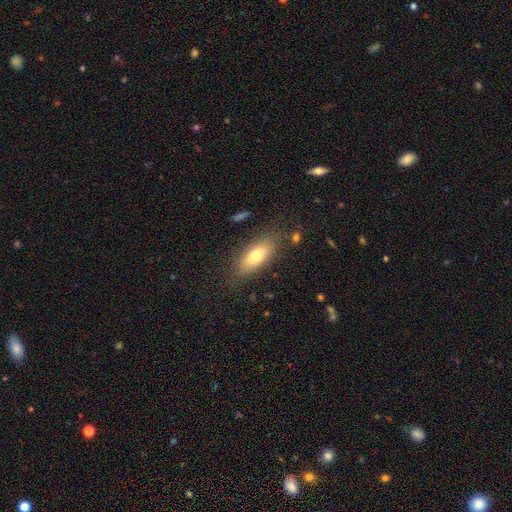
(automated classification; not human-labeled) A smooth galaxy with no disk features (73%) that is in between round and cigar-shaped (75%). Merging: none (81%).